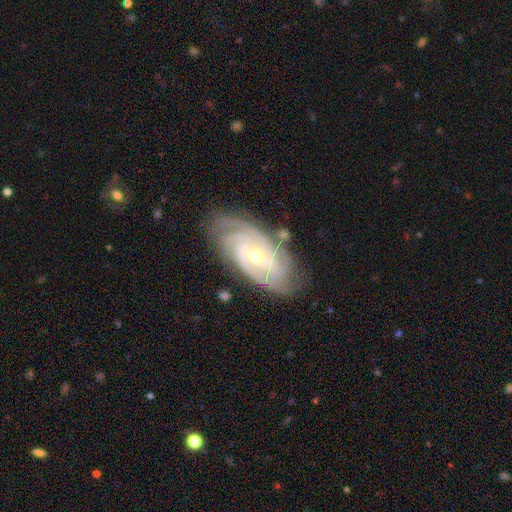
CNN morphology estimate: Q: Smooth or featured?
A: featured or disk (90%); runner-up: star or artifact (5%)
Q: Edge-on disk?
A: no (96%); runner-up: yes (4%)
Q: Bar?
A: no (60%); runner-up: weak (30%)
Q: Spiral arms?
A: yes (98%); runner-up: no (2%)
Q: Spiral winding?
A: tight (77%); runner-up: medium (20%)
Q: Spiral arm count?
A: 4 (37%); runner-up: 3 (26%)
Q: Bulge size?
A: small (51%); runner-up: moderate (46%)
Q: Merging?
A: none (79%); runner-up: minor disturbance (15%)